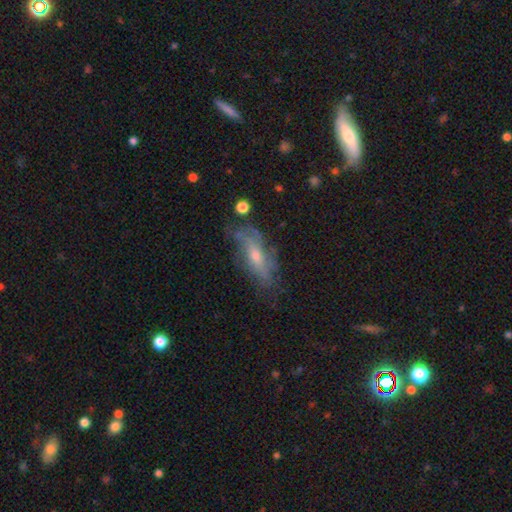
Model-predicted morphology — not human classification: This appears to be a featured or disk galaxy (57%). Merging: none (63%).